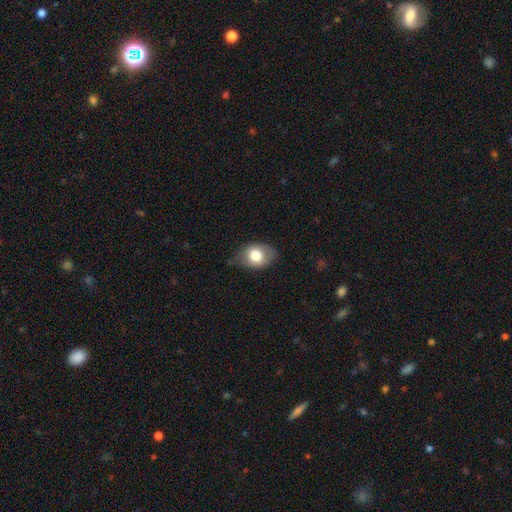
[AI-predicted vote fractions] smooth-or-featured: smooth: 75% | featured or disk: 17% | star or artifact: 7%
  how-rounded: in between: 76% | round: 23% | cigar-shaped: 1%
  merging: none: 65% | minor disturbance: 27% | major disturbance: 7% | merger: 1%